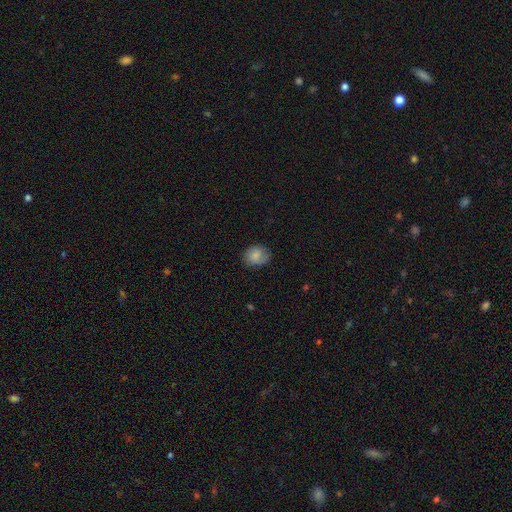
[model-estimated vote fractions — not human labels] Smooth or featured: smooth — 76% (featured or disk — 16%)
How rounded: round — 51% (in between — 48%)
Merging: none — 77% (minor disturbance — 18%)